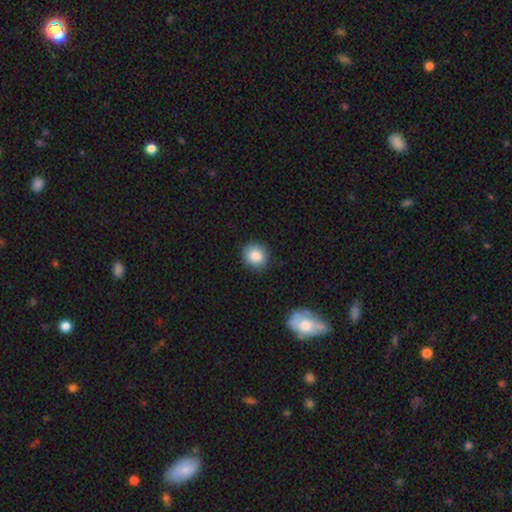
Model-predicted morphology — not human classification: This appears to be a smooth galaxy with no disk features (85%) that is round (87%). Merging: none (89%).